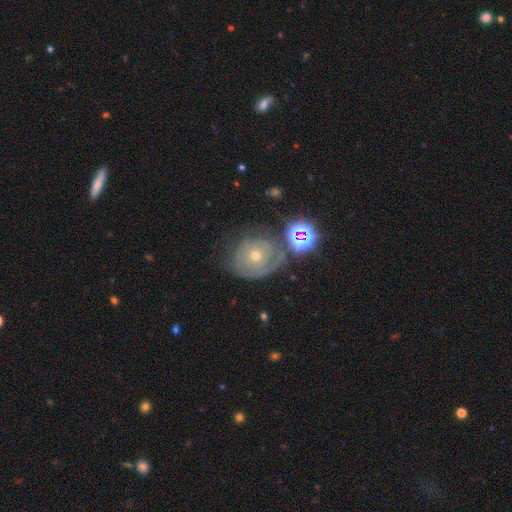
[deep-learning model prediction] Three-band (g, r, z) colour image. It shows a featured or disk galaxy (59%) with no bar (87%), spiral arms (62%) and a small central bulge (54%). Merging: none (58%).